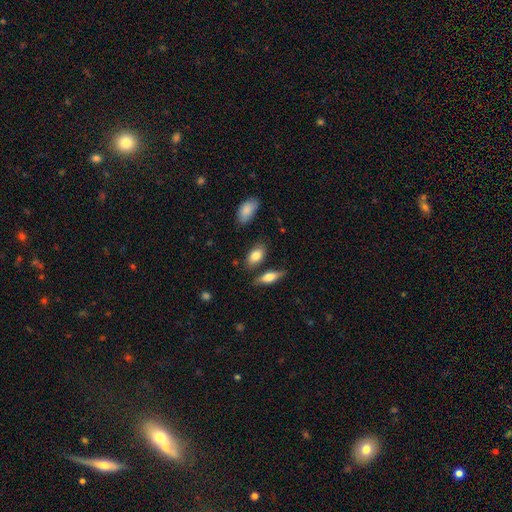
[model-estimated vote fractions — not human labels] A smooth galaxy with no disk features (80%) that is in between round and cigar-shaped (89%).

Vote fractions:
- Smooth or featured? smooth: 80% / featured or disk: 13% / star or artifact: 7%
- How rounded? in between: 89% / round: 6% / cigar-shaped: 5%
- Merging? none: 76% / minor disturbance: 14% / merger: 7% / major disturbance: 3%